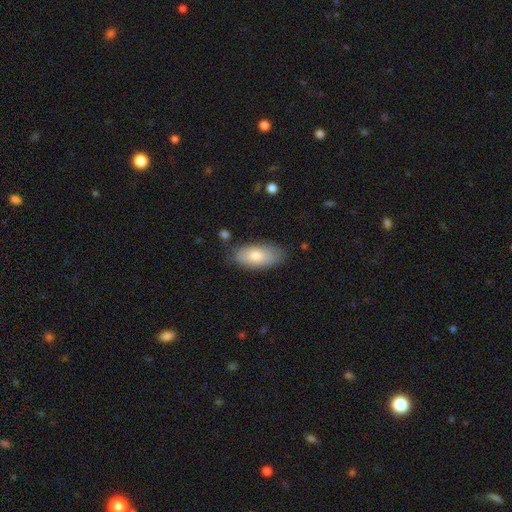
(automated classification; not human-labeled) This appears to be a smooth galaxy with no disk features (77%) that is in between round and cigar-shaped (91%). Merging: none (77%).